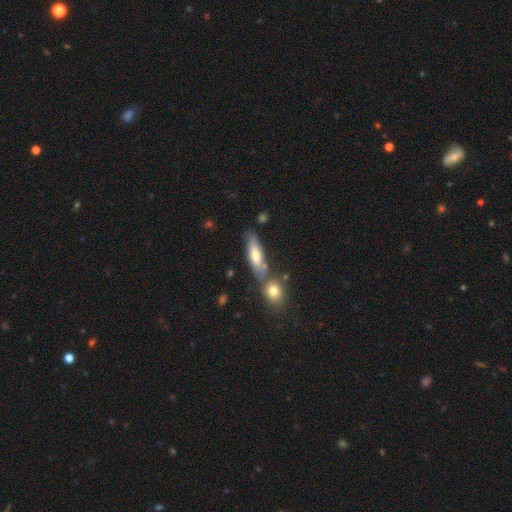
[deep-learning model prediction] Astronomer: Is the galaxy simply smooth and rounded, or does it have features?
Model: smooth — 62%.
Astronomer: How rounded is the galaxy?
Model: cigar-shaped — 55% (runner-up: in between, 42%).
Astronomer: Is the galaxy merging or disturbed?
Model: none — 55%.